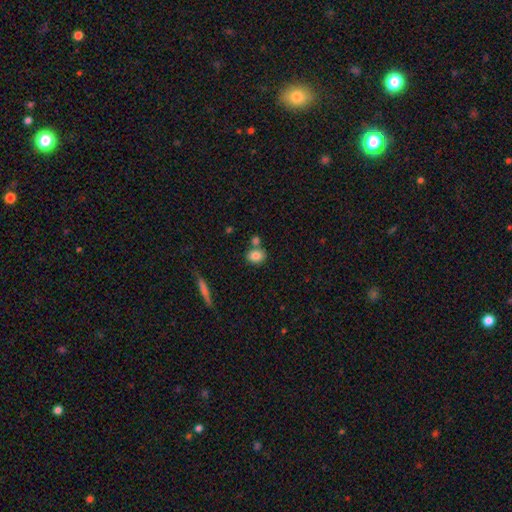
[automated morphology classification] smooth-or-featured: smooth: 82% | star or artifact: 9% | featured or disk: 9%
  how-rounded: in between: 49% (tied) | round: 49% (tied) | cigar-shaped: 2%
  merging: none: 66% | merger: 21% | minor disturbance: 11% | major disturbance: 3%